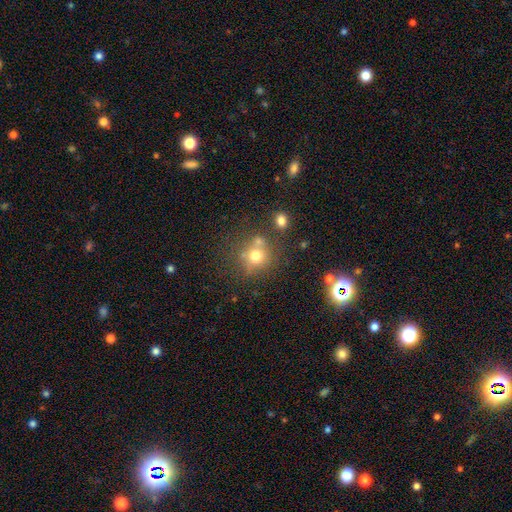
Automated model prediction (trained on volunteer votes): smooth-or-featured: smooth: 70% | star or artifact: 16% | featured or disk: 14%
  how-rounded: round: 86% | in between: 13% | cigar-shaped: 1%
  merging: none: 61% | merger: 20% | minor disturbance: 13% | major disturbance: 6%